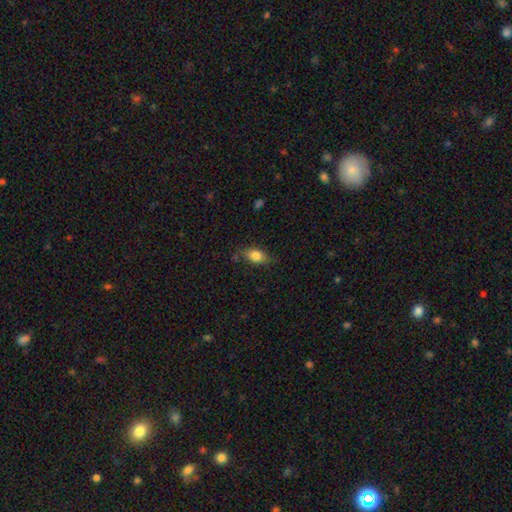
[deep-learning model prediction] Smooth or featured? smooth (81%)
How rounded? in between (82%)
Merging? none (73%)